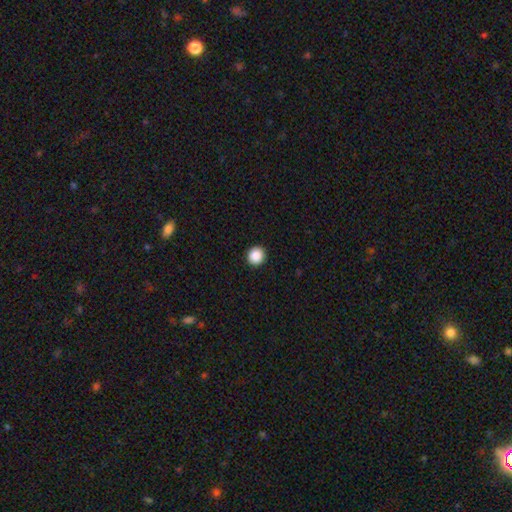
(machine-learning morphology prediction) Overall: smooth (88%). How rounded: round (93%). Merging: none (93%).